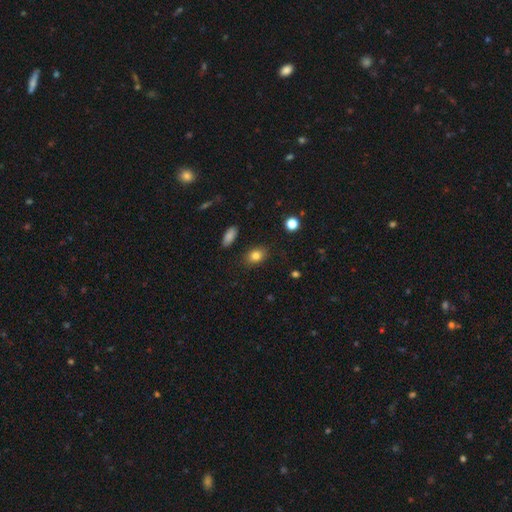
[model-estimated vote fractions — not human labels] smooth_or_featured: smooth (p=0.82) [alt: star or artifact p=0.11]
how_rounded: in between (p=0.68) [alt: round p=0.30]
merging: none (p=0.86) [alt: minor disturbance p=0.10]